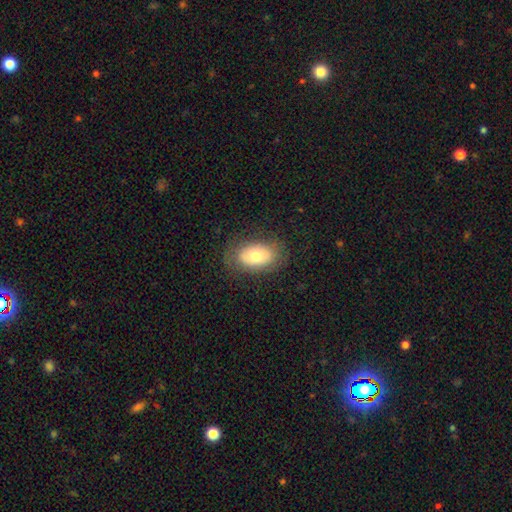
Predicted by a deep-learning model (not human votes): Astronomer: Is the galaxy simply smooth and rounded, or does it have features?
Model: smooth — 69%.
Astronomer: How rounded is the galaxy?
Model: in between — 90%.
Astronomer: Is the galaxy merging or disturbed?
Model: none — 79%.